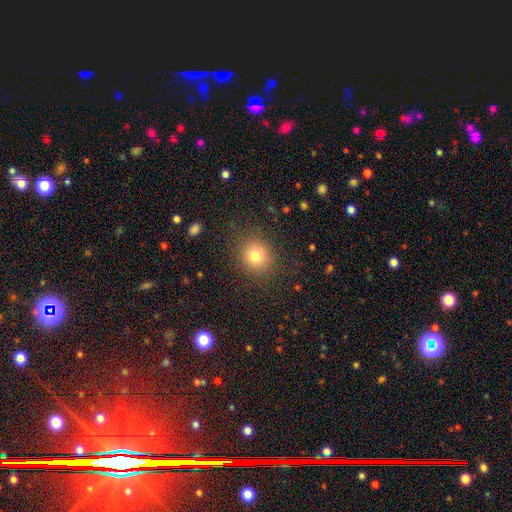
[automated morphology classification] Smooth or featured: smooth — 78% (star or artifact — 13%)
How rounded: round — 86% (in between — 13%)
Merging: none — 85% (minor disturbance — 9%)